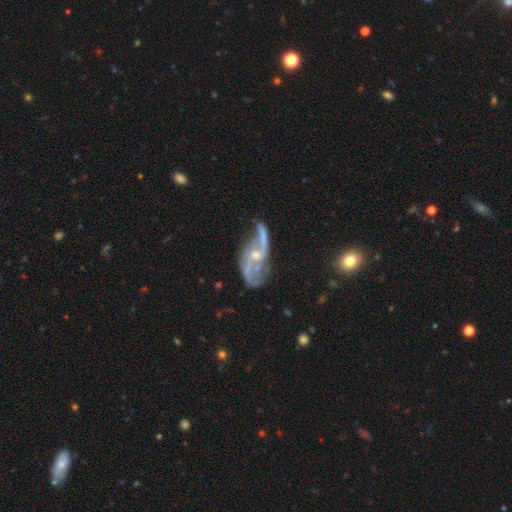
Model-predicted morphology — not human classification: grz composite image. It shows a featured or disk galaxy (85%) with no bar (53%), 2 (74%) loose (72%) spiral arms (90%) and a small central bulge (54%). Merging: none (45%).